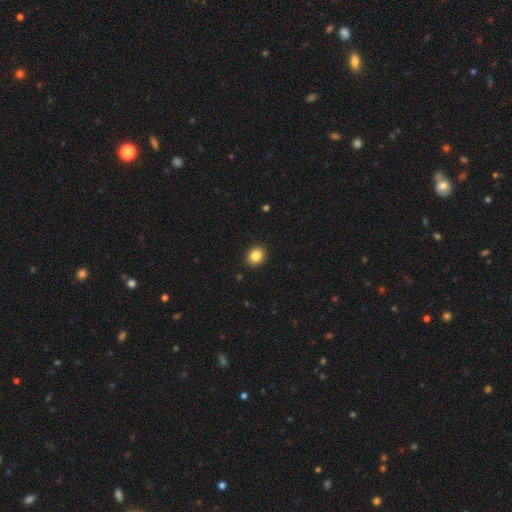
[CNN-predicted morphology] A smooth galaxy with no disk features (85%) that is round (63%).

Vote fractions:
- Smooth or featured? smooth: 85% / star or artifact: 10% / featured or disk: 6%
- How rounded? round: 63% / in between: 37% / cigar-shaped: 1%
- Merging? none: 91% / minor disturbance: 6% / major disturbance: 2% / merger: 1%